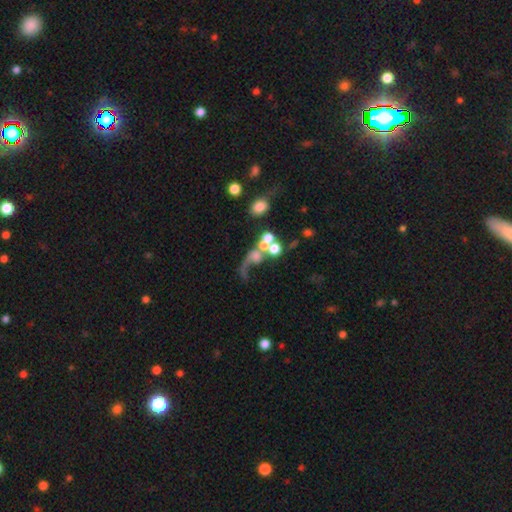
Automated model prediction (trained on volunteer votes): Q: Smooth or featured?
A: featured or disk (50%); runner-up: smooth (33%)
Q: Merging?
A: merger (43%); runner-up: major disturbance (29%)